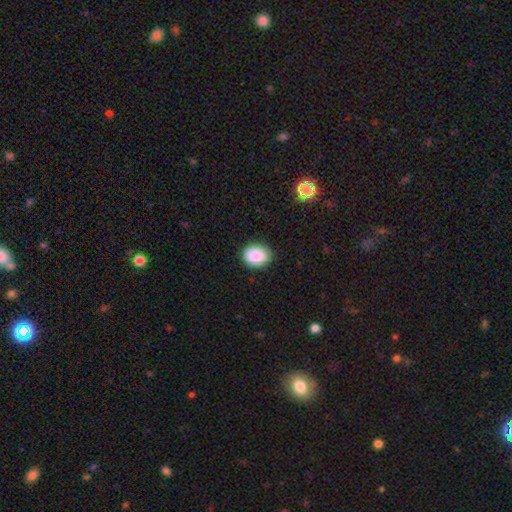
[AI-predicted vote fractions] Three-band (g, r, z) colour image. It shows a smooth galaxy with no disk features (89%) that is in between round and cigar-shaped (53%). Merging: none (88%).